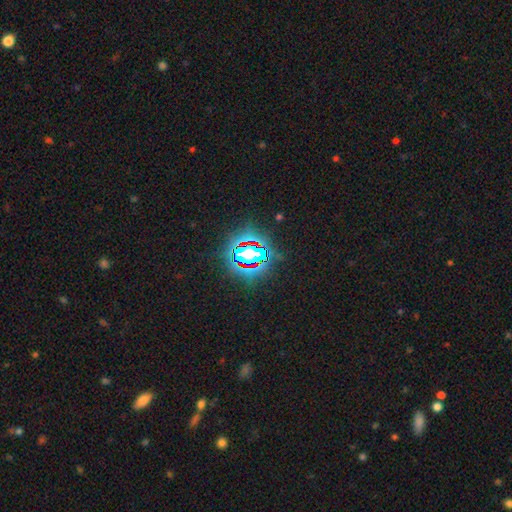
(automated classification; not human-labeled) smooth_or_featured: star or artifact (p=0.81) [alt: smooth p=0.12]